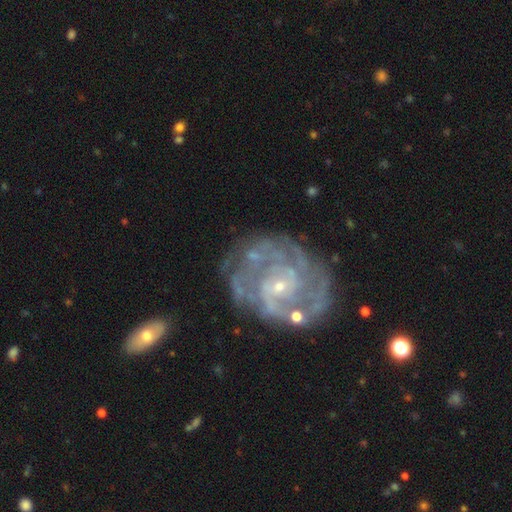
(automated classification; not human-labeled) Q: Smooth or featured?
A: featured or disk (88%); runner-up: star or artifact (6%)
Q: Edge-on disk?
A: no (98%); runner-up: yes (2%)
Q: Bar?
A: no (64%); runner-up: weak (28%)
Q: Spiral arms?
A: yes (94%); runner-up: no (6%)
Q: Spiral winding?
A: tight (61%); runner-up: medium (31%)
Q: Spiral arm count?
A: can't tell (30%); runner-up: 2 (21%)
Q: Bulge size?
A: small (81%); runner-up: moderate (14%)
Q: Merging?
A: none (66%); runner-up: minor disturbance (19%)